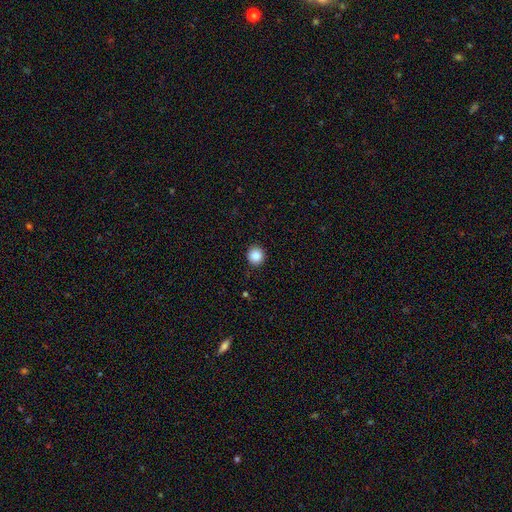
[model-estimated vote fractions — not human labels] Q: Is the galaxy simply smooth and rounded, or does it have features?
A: smooth — 87%.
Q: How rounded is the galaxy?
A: round — 93%.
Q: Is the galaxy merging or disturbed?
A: none — 92%.